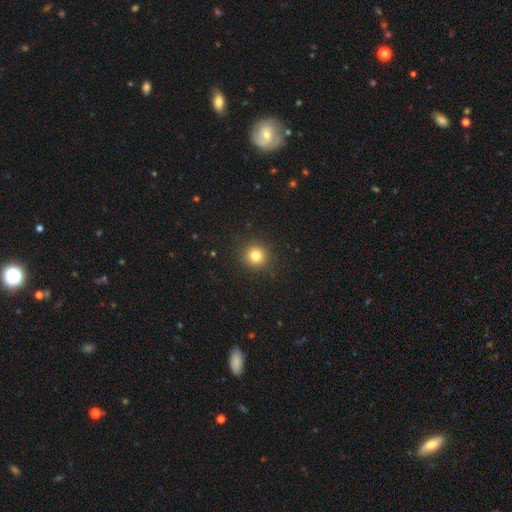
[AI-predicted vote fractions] A smooth galaxy with no disk features (81%) that is round (93%).

Vote fractions:
- Smooth or featured? smooth: 81% / star or artifact: 13% / featured or disk: 6%
- How rounded? round: 93% / in between: 6% / cigar-shaped: 1%
- Merging? none: 91% / minor disturbance: 6% / major disturbance: 2% / merger: 1%